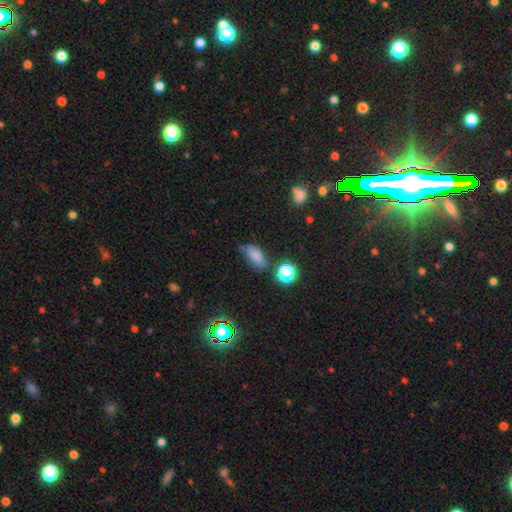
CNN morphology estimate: Smooth or featured? Predicted: smooth (p=0.76). How rounded? Predicted: in between (p=0.82). Merging? Predicted: none (p=0.52).